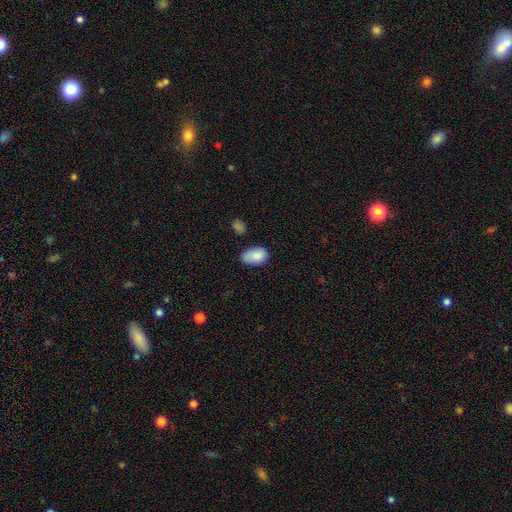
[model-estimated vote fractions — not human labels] Smooth or featured? Predicted: smooth (p=0.86). How rounded? Predicted: in between (p=0.92). Merging? Predicted: none (p=0.62).